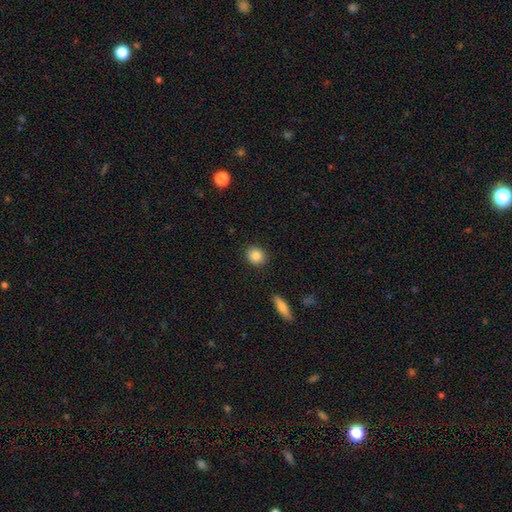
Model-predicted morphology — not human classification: Smooth or featured?
  - smooth: 86% *
  - star or artifact: 9%
  - featured or disk: 6%
How rounded?
  - round: 78% *
  - in between: 21%
  - cigar-shaped: 1%
Merging?
  - none: 90% *
  - minor disturbance: 7%
  - major disturbance: 2%
  - merger: 2%